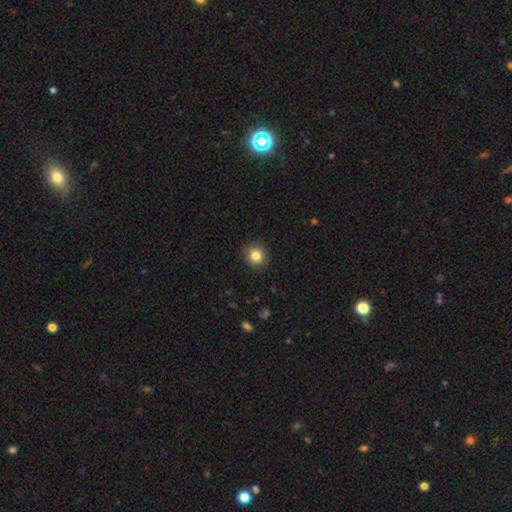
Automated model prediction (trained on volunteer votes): smooth-or-featured: smooth: 83% | star or artifact: 11% | featured or disk: 6%
  how-rounded: round: 89% | in between: 10% | cigar-shaped: 1%
  merging: none: 91% | minor disturbance: 6% | major disturbance: 2% | merger: 1%